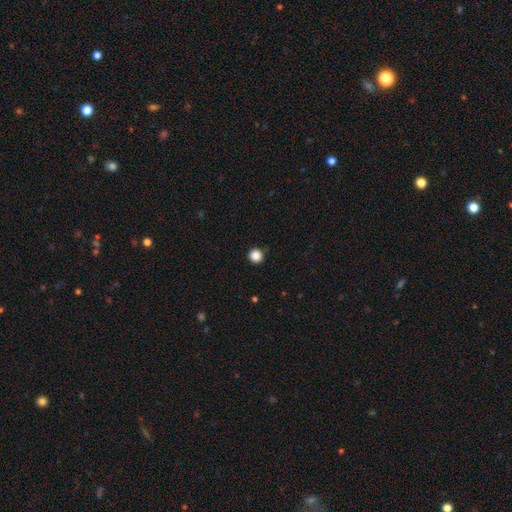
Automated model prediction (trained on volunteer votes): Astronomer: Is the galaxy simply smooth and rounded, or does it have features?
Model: smooth — 87%.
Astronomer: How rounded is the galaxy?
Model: round — 96%.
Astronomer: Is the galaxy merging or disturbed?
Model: none — 91%.